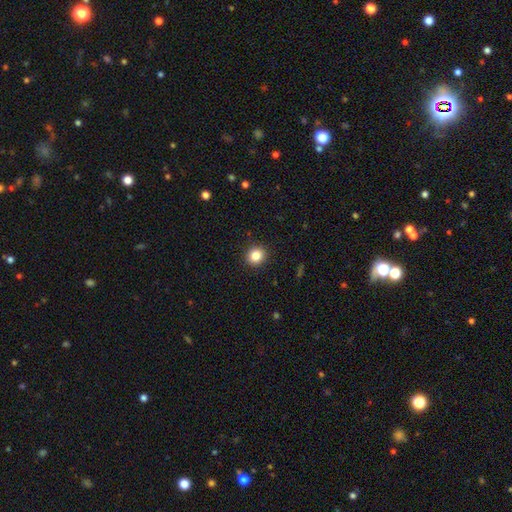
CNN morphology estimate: Q: Smooth or featured?
A: smooth (84%); runner-up: star or artifact (11%)
Q: How rounded?
A: round (87%); runner-up: in between (12%)
Q: Merging?
A: none (92%); runner-up: minor disturbance (5%)